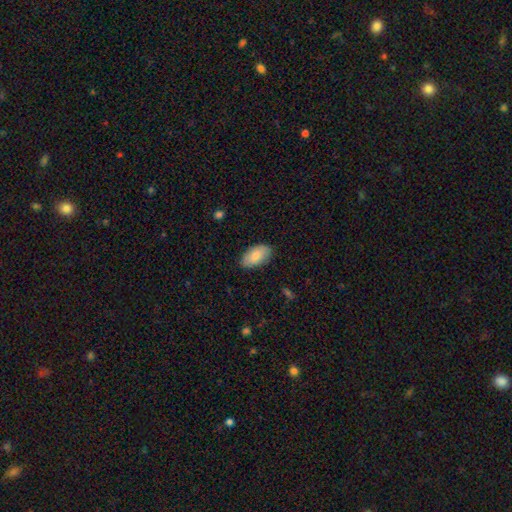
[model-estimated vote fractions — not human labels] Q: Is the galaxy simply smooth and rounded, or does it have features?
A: smooth — 80%.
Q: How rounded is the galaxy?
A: in between — 94%.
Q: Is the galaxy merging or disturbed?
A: none — 84%.